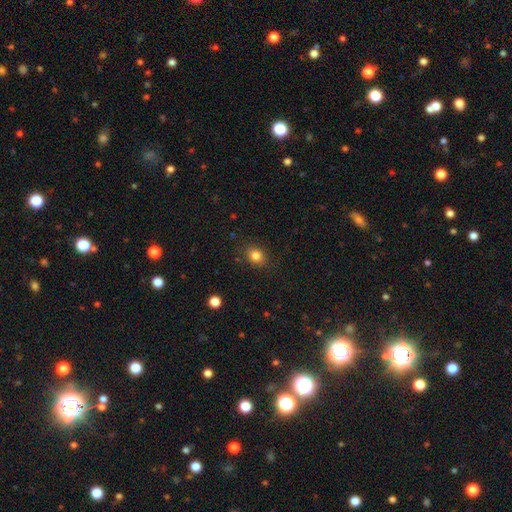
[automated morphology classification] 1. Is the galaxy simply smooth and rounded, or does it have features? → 82% smooth, 11% star or artifact, 7% featured or disk.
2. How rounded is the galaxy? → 52% in between, 47% round, 1% cigar-shaped.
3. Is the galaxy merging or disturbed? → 85% none, 11% minor disturbance, 3% major disturbance, 1% merger.